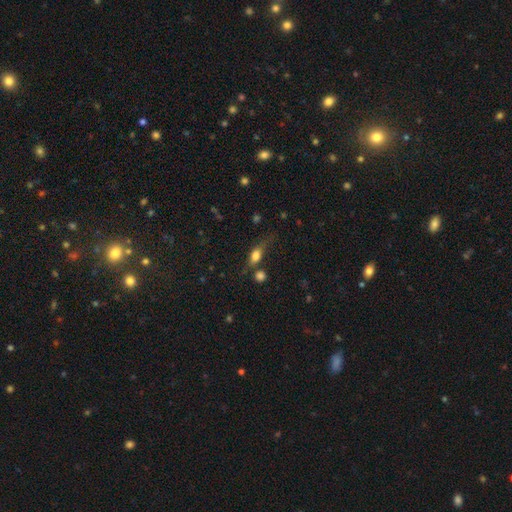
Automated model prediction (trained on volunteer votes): Smooth or featured? Predicted: smooth (p=0.70). How rounded? Predicted: in between (p=0.68). Merging? Predicted: none (p=0.51).